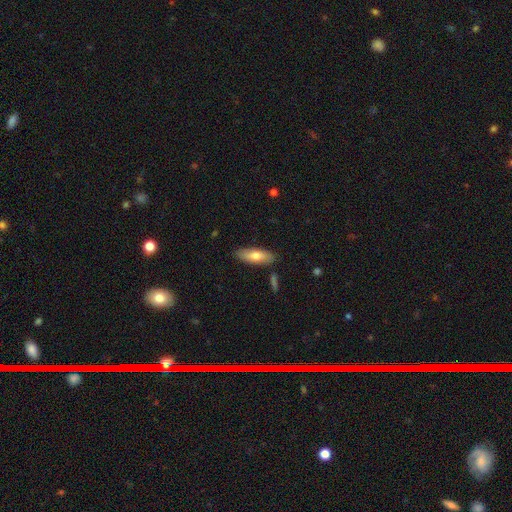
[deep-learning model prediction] smooth-or-featured: smooth: 71% | featured or disk: 22% | star or artifact: 6%
  how-rounded: in between: 63% | cigar-shaped: 35% | round: 2%
  merging: none: 84% | minor disturbance: 11% | merger: 3% | major disturbance: 2%